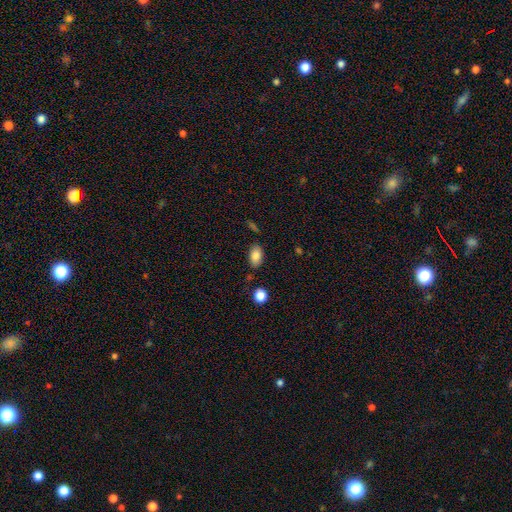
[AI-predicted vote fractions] smooth 85%, star or artifact 8%, featured or disk 7%. Down the decision tree: how rounded — in between (91%); merging — none (78%).